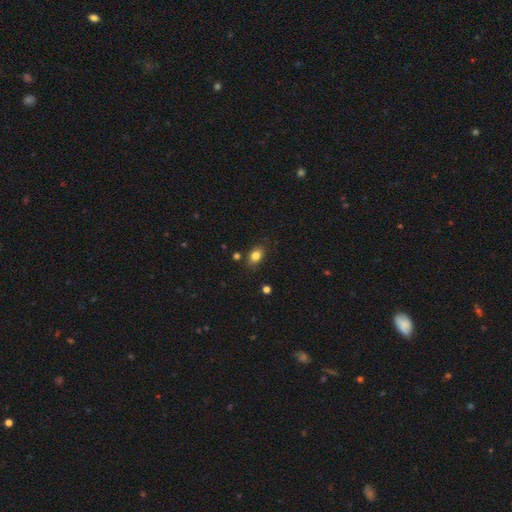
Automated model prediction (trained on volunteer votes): Smooth or featured: smooth — 83% (star or artifact — 10%)
How rounded: in between — 80% (round — 18%)
Merging: none — 81% (minor disturbance — 13%)